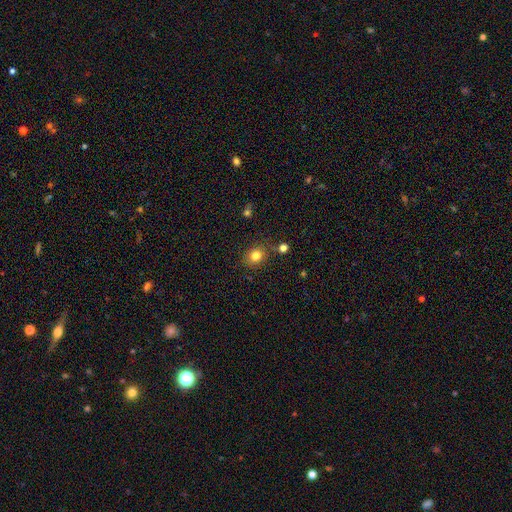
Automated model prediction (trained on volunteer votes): This is clearly a smooth galaxy (81%). How rounded: likely round (61%). Merging: likely none (79%).